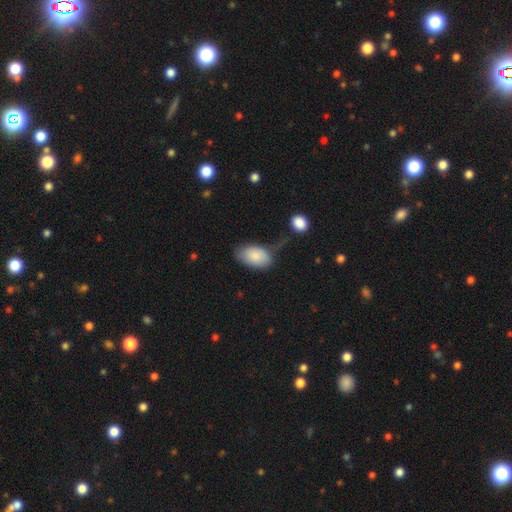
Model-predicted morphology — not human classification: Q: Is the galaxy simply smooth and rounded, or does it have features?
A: smooth — 85%.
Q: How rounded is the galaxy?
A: in between — 93%.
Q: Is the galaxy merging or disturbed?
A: none — 54%.